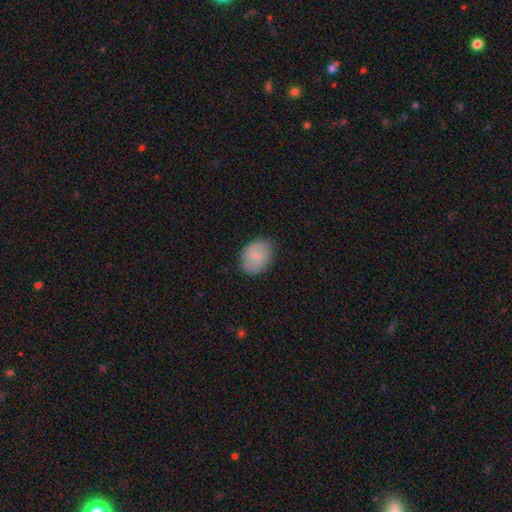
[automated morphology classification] A smooth galaxy with no disk features (71%) that is in between round and cigar-shaped (61%). Merging: none (77%).